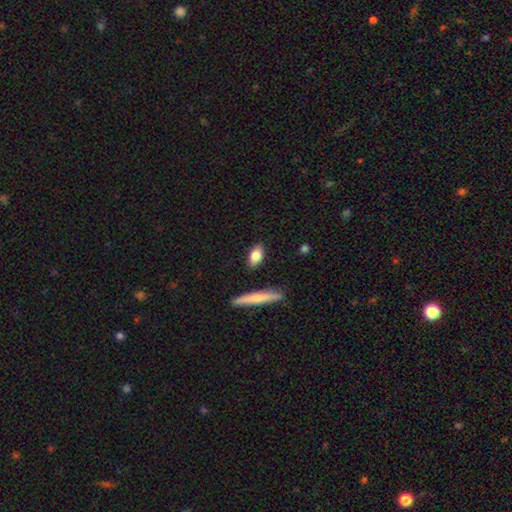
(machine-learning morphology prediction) type=smooth (82%); roundness=in between (80%); merging=none (85%).